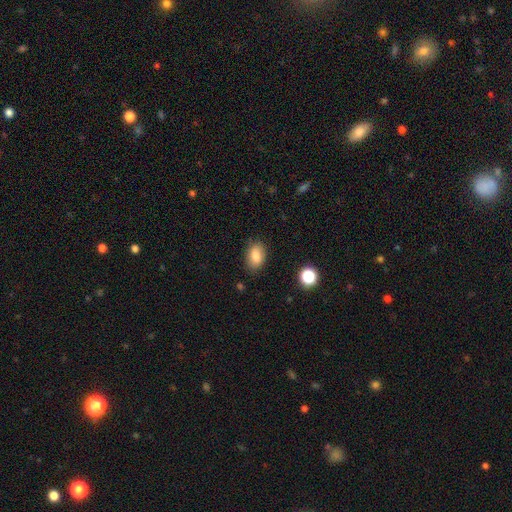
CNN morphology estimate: A smooth galaxy with no disk features (83%) that is in between round and cigar-shaped (86%).

Vote fractions:
- Smooth or featured? smooth: 83% / star or artifact: 9% / featured or disk: 8%
- How rounded? in between: 86% / round: 12% / cigar-shaped: 2%
- Merging? none: 83% / minor disturbance: 13% / major disturbance: 3% / merger: 2%